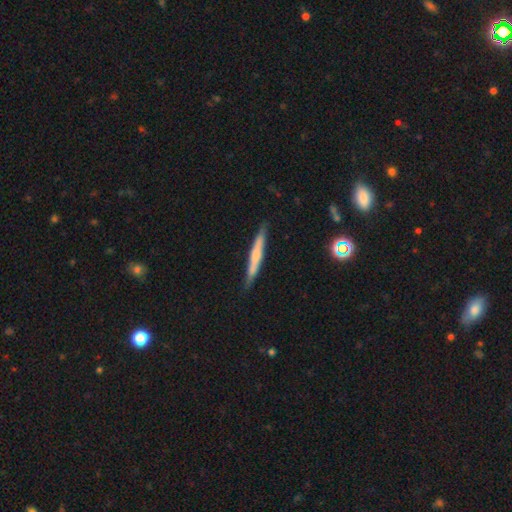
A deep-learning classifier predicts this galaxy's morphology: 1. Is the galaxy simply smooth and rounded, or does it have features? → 50% smooth, 44% featured or disk, 6% star or artifact.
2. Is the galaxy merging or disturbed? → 85% none, 11% minor disturbance, 2% major disturbance, 2% merger.